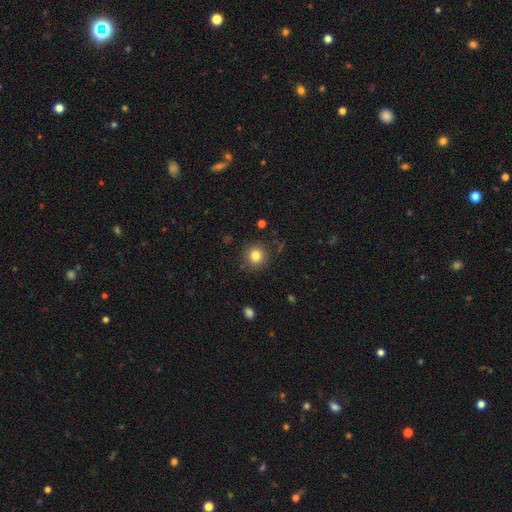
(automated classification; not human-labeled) Overall: smooth (81%). How rounded: round (93%). Merging: none (88%).